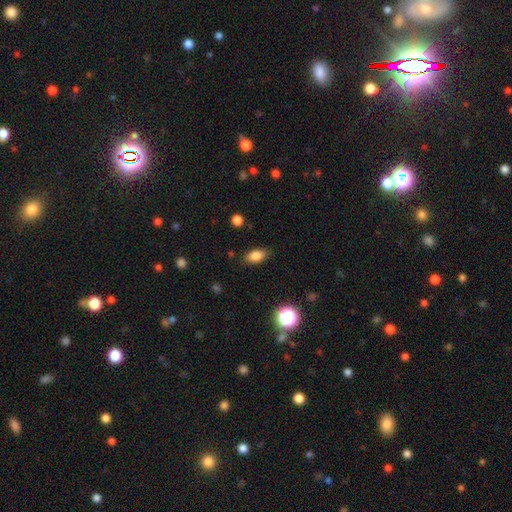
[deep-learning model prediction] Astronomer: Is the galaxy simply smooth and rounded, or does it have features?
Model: smooth — 83%.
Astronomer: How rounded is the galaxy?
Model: in between — 86%.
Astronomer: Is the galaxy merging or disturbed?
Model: none — 84%.